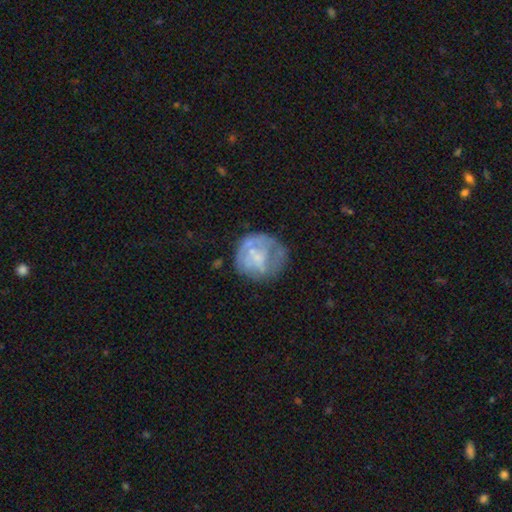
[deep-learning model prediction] smooth-or-featured: featured or disk: 54% | smooth: 37% | star or artifact: 9%
  disk-edge-on: no: 98% | yes: 2%
    bar: no: 76% | weak: 19% | strong: 5%
    has-spiral-arms: no: 67% | yes: 33%
    bulge-size: none: 42% | small: 35% | moderate: 19% | large: 3% | dominant: 1%
  merging: none: 53% | minor disturbance: 23% | major disturbance: 20% | merger: 4%